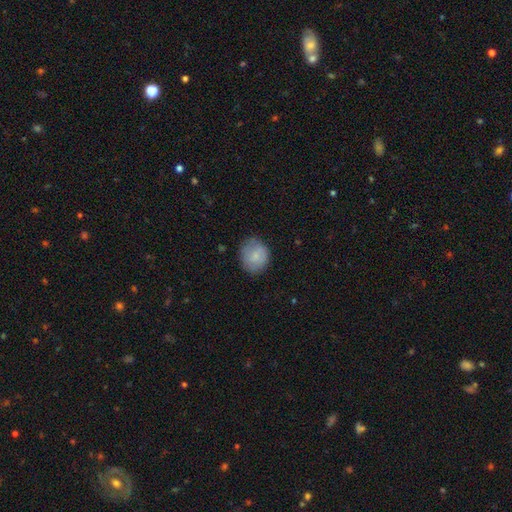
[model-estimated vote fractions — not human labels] Morphology: type=smooth (76%); roundness=round (69%); merging=none (72%).